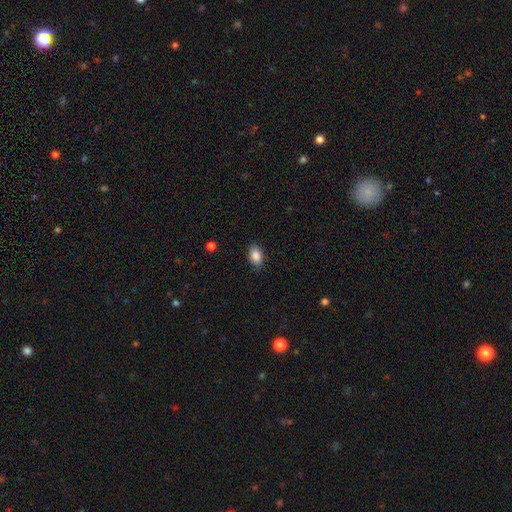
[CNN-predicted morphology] The model was most divided on "merging": none: 84%, minor disturbance: 12%, major disturbance: 3%, merger: 1%. More confident: smooth or featured — smooth (87%); how rounded — in between (86%).